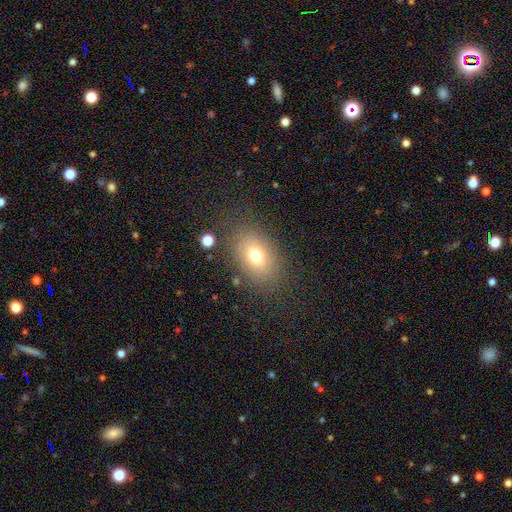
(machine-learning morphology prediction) Smooth or featured: smooth — 71% (featured or disk — 15%)
How rounded: in between — 76% (round — 23%)
Merging: none — 79% (minor disturbance — 12%)